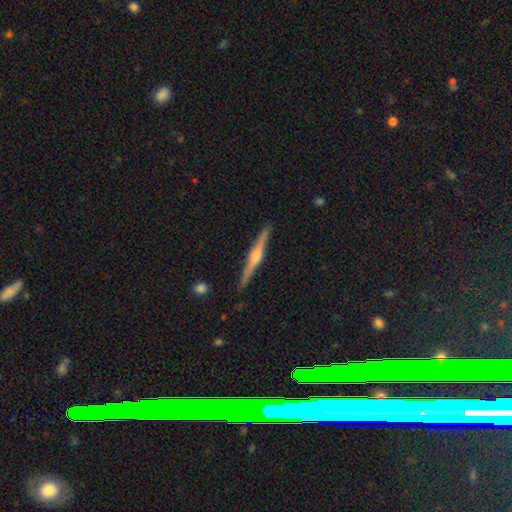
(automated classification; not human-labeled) This is clearly a featured or disk galaxy (80%). It is clearly viewed edge-on (98%). Edge-on bulge: clearly rounded (89%). Merging: clearly none (91%).